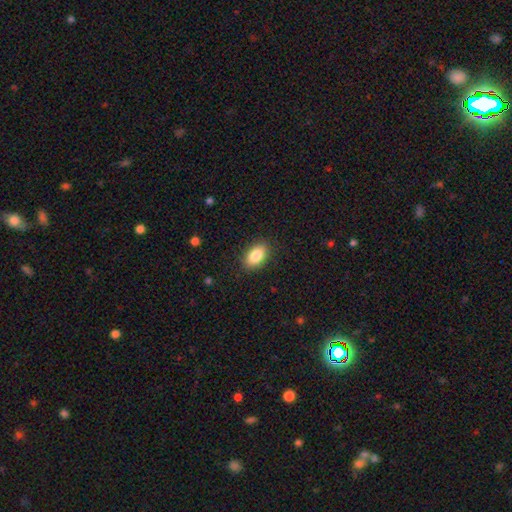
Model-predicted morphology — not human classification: smooth_or_featured: smooth (p=0.86) [alt: star or artifact p=0.08]
how_rounded: in between (p=0.90) [alt: round p=0.08]
merging: none (p=0.87) [alt: minor disturbance p=0.09]